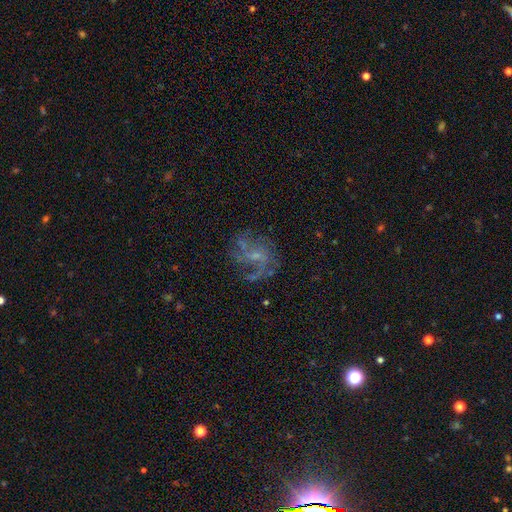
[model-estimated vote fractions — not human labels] Overall: featured or disk (74%). Edge-on disk: no (98%). Bar: no (58%; weak 36%). Spiral arms: yes (85%). Spiral arm count: can't tell (27%; 3 24%). Spiral winding: medium (42%; loose 40%). Bulge size: small (63%). Merging: none (59%; major disturbance 21%).